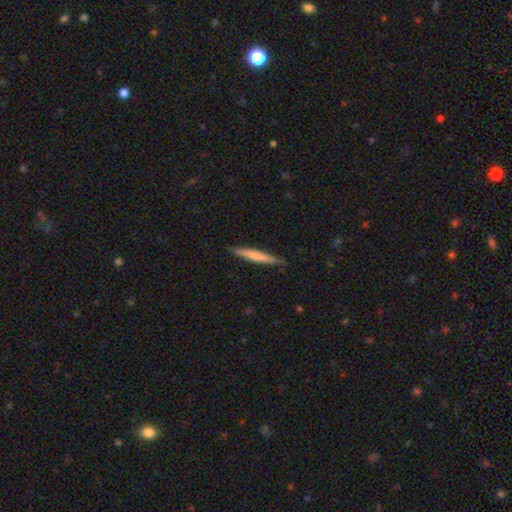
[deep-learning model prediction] smooth-or-featured: smooth: 63% | featured or disk: 32% | star or artifact: 5%
  how-rounded: cigar-shaped: 95% | in between: 3% | round: 1%
  merging: none: 89% | minor disturbance: 9% | major disturbance: 2% | merger: 1%